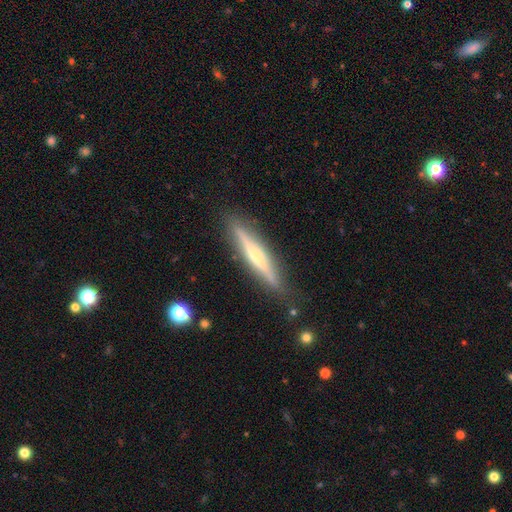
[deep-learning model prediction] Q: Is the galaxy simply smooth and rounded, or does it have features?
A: featured or disk — 67%.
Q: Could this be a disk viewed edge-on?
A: yes — 96%.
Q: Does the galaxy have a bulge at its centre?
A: rounded — 52%.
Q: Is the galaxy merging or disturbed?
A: none — 87%.